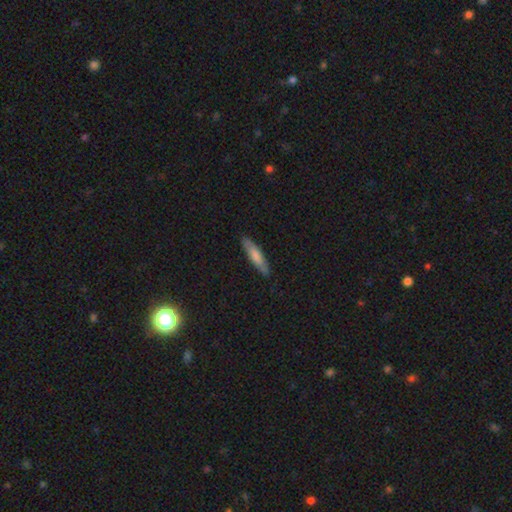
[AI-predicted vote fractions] smooth_or_featured: smooth (p=0.69) [alt: featured or disk p=0.25]
how_rounded: cigar-shaped (p=0.77) [alt: in between p=0.21]
merging: none (p=0.84) [alt: minor disturbance p=0.12]